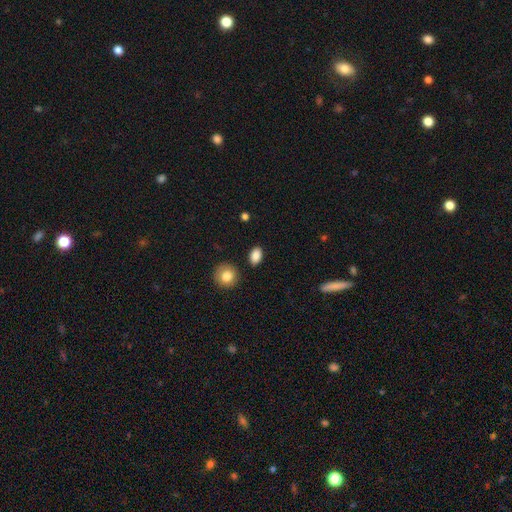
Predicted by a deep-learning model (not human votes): Overall: smooth (87%). How rounded: in between (83%). Merging: none (87%).